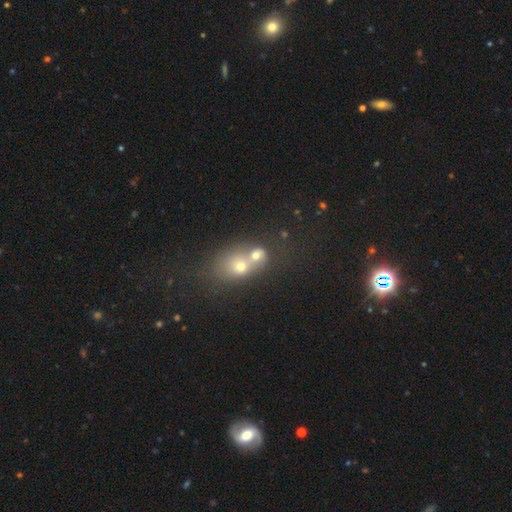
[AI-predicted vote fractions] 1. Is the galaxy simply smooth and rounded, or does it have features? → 63% smooth, 21% featured or disk, 16% star or artifact.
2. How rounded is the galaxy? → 56% round, 43% in between, 1% cigar-shaped.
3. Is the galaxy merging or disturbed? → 74% merger, 17% none, 5% minor disturbance, 4% major disturbance.